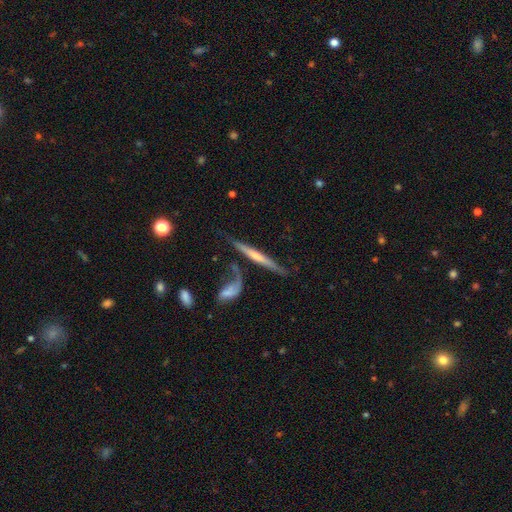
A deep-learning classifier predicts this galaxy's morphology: A featured or disk galaxy (64%) viewed edge-on (90%) with a rounded central bulge (46%). Merging: none (49%).